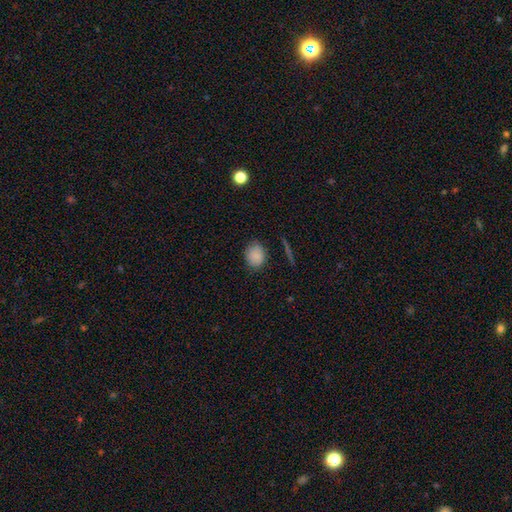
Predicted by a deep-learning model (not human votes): Morphology: type=smooth (85%); roundness=round (59%); merging=none (81%).